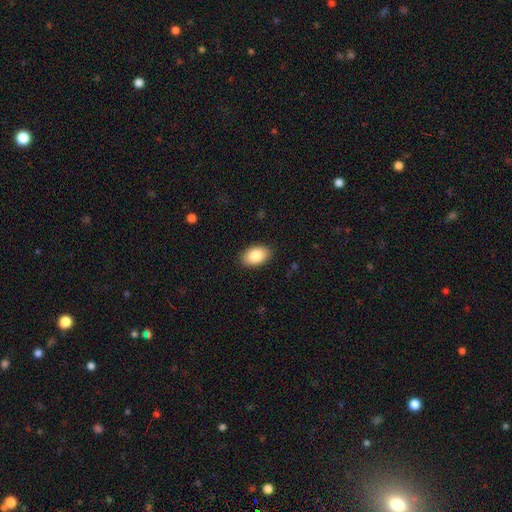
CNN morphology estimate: smooth_or_featured: smooth (p=0.86) [alt: featured or disk p=0.07]
how_rounded: in between (p=0.91) [alt: round p=0.08]
merging: none (p=0.89) [alt: minor disturbance p=0.08]